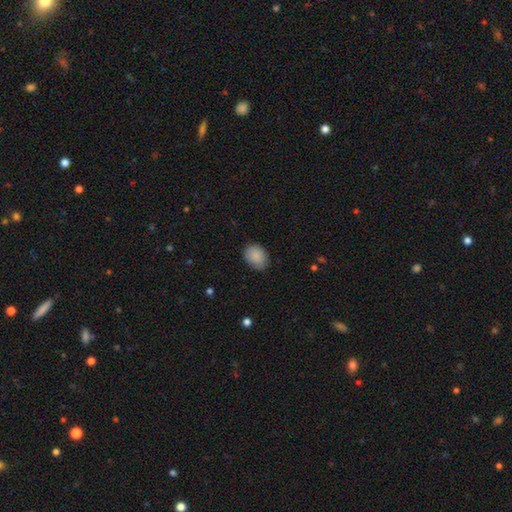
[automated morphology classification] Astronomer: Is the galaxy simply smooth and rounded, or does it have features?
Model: smooth — 89%.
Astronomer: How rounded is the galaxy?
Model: in between — 68%.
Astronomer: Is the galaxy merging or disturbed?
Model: none — 78%.